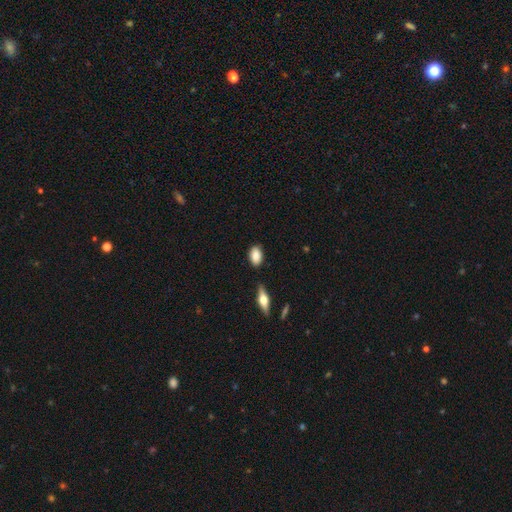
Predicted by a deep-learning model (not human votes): Smooth or featured? smooth (84%)
How rounded? in between (87%)
Merging? none (83%)